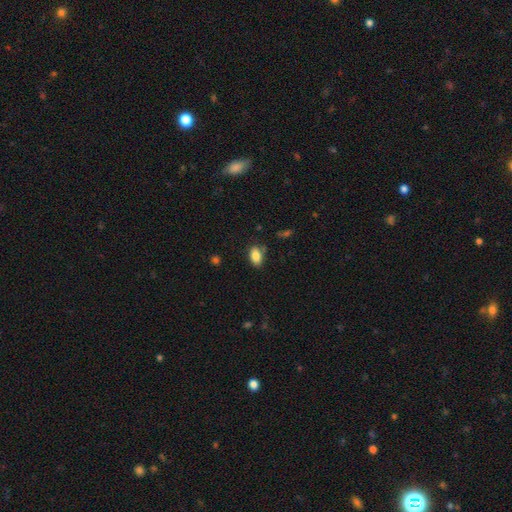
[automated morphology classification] type=smooth (85%); roundness=in between (90%); merging=none (76%).